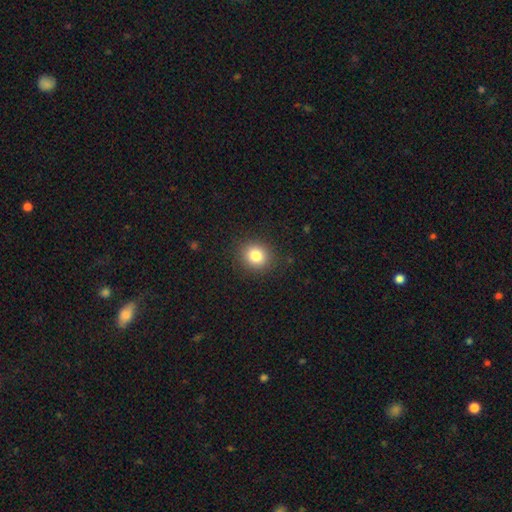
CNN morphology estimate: Q: Smooth or featured?
A: smooth (82%); runner-up: star or artifact (11%)
Q: How rounded?
A: round (81%); runner-up: in between (18%)
Q: Merging?
A: none (89%); runner-up: minor disturbance (7%)